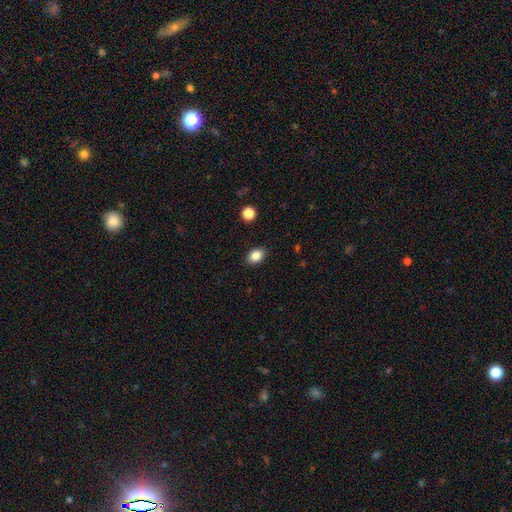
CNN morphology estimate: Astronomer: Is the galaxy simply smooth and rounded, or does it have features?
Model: smooth — 85%.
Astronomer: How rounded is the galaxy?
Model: in between — 75%.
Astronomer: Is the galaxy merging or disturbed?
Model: none — 87%.